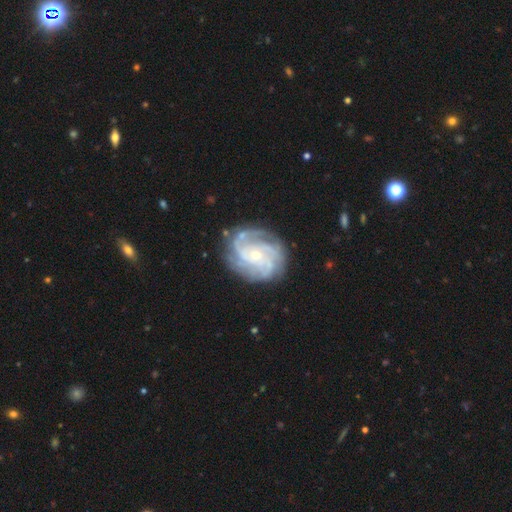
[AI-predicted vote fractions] The model was most divided on "spiral arm count": 4: 26%, can't tell: 23%, 3: 22%, 2: 12%, more than 4: 11%, 1: 7%. More confident: edge-on disk — no (97%); spiral arms — yes (97%); smooth or featured — featured or disk (88%); merging — none (76%); bulge size — small (71%); bar — no (69%); spiral winding — tight (62%).